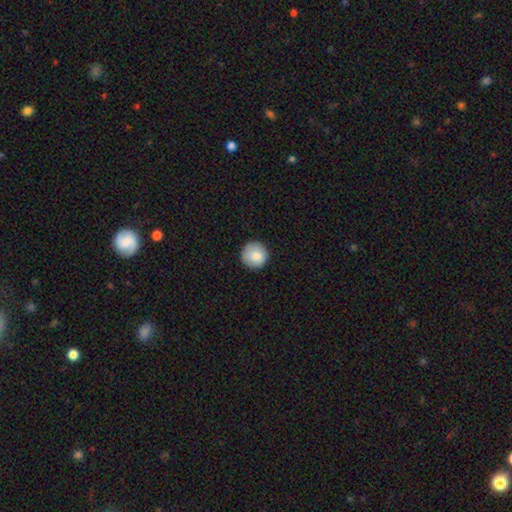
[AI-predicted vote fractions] A smooth galaxy with no disk features (85%) that is round (95%). Merging: none (88%).